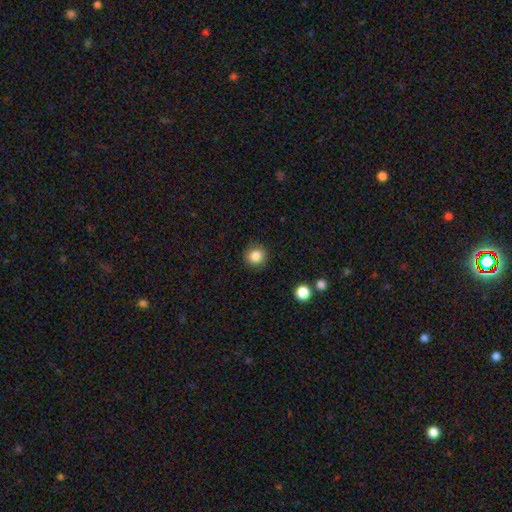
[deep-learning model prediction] Q: Smooth or featured?
A: smooth (85%); runner-up: star or artifact (10%)
Q: How rounded?
A: round (91%); runner-up: in between (8%)
Q: Merging?
A: none (89%); runner-up: minor disturbance (7%)